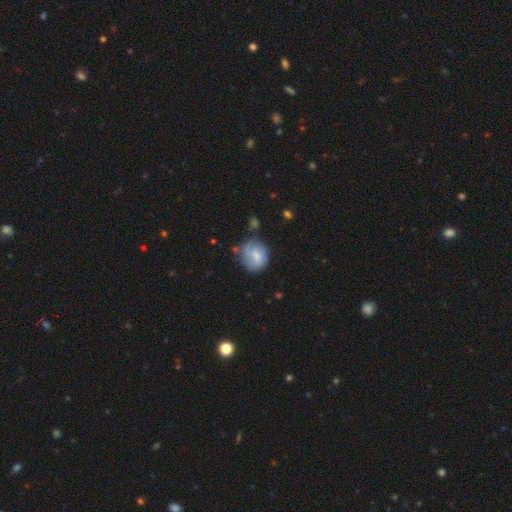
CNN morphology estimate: A smooth galaxy with no disk features (61%) that is round (64%). Merging: none (54%).